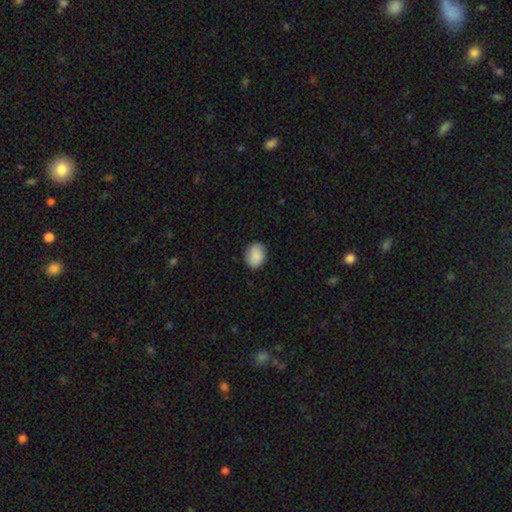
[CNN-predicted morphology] A smooth galaxy with no disk features (88%) that is in between round and cigar-shaped (56%).

Vote fractions:
- Smooth or featured? smooth: 88% / star or artifact: 7% / featured or disk: 5%
- How rounded? in between: 56% / round: 44% / cigar-shaped: 1%
- Merging? none: 85% / minor disturbance: 11% / major disturbance: 3% / merger: 1%